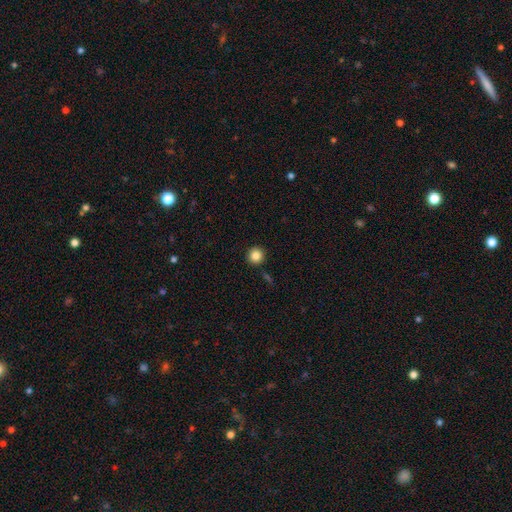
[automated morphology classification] Overall: smooth (85%). How rounded: round (95%). Merging: none (91%).